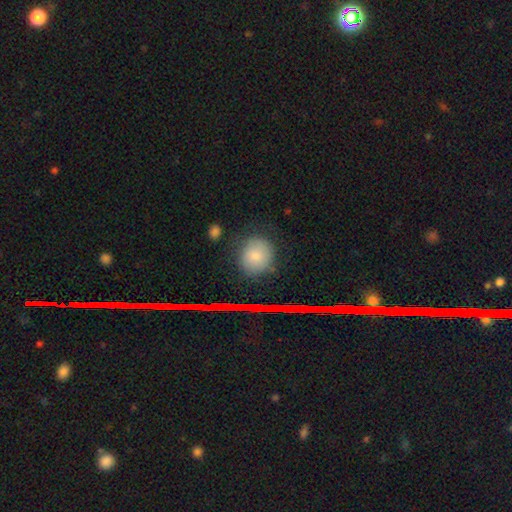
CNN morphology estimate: Smooth or featured? Predicted: smooth (p=0.76). How rounded? Predicted: round (p=0.73). Merging? Predicted: none (p=0.75).